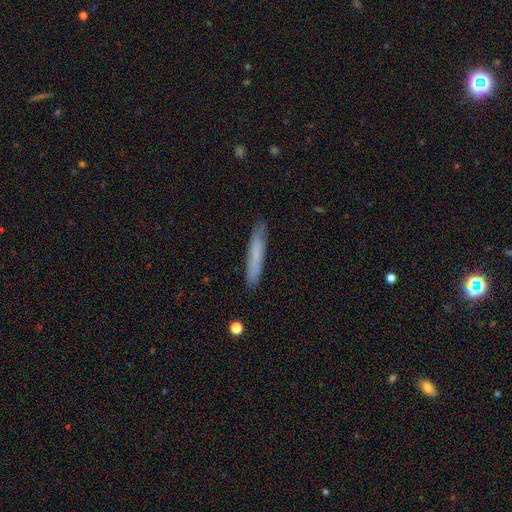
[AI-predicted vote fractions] Morphology: type=smooth (71%); roundness=cigar-shaped (93%); merging=none (86%).